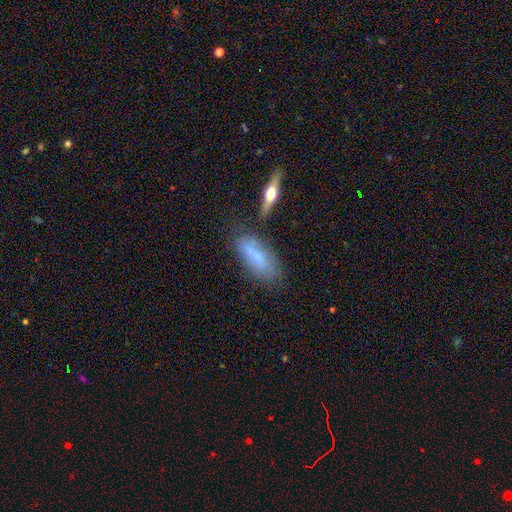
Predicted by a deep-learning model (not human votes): smooth 64%, featured or disk 27%, star or artifact 9%. Down the decision tree: how rounded — in between (72%); merging — none (60%).